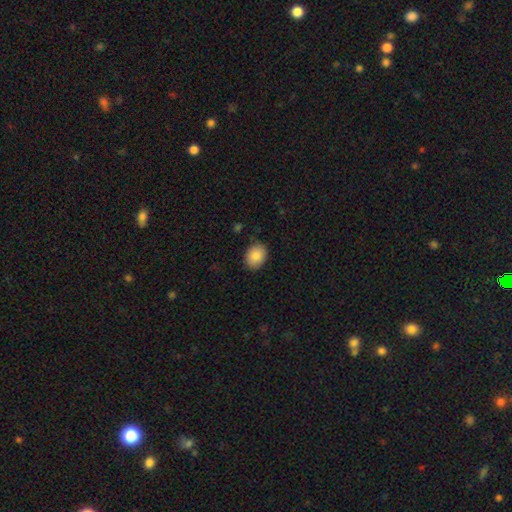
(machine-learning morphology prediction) smooth_or_featured: smooth (p=0.85) [alt: featured or disk p=0.07]
how_rounded: in between (p=0.52) [alt: round p=0.47]
merging: none (p=0.85) [alt: minor disturbance p=0.12]